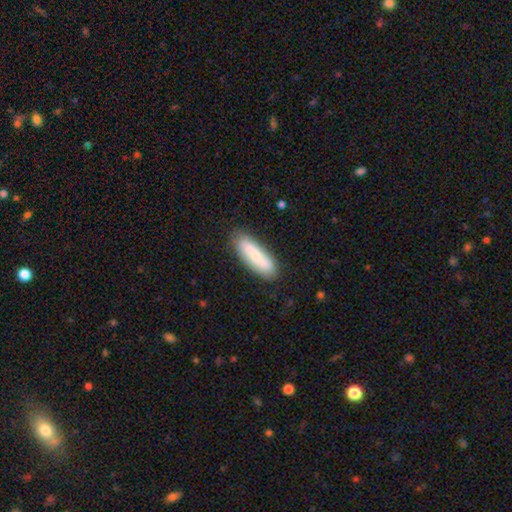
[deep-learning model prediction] Morphology: type=smooth (71%); roundness=cigar-shaped (56%); merging=none (84%).